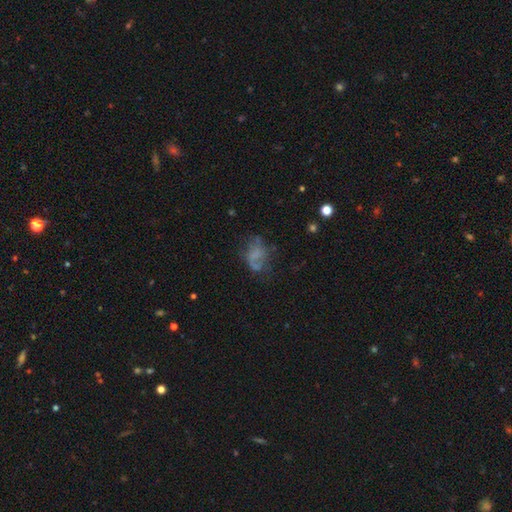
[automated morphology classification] smooth 43%, featured or disk 40%, star or artifact 17%. Down the decision tree: merging — none (39%).